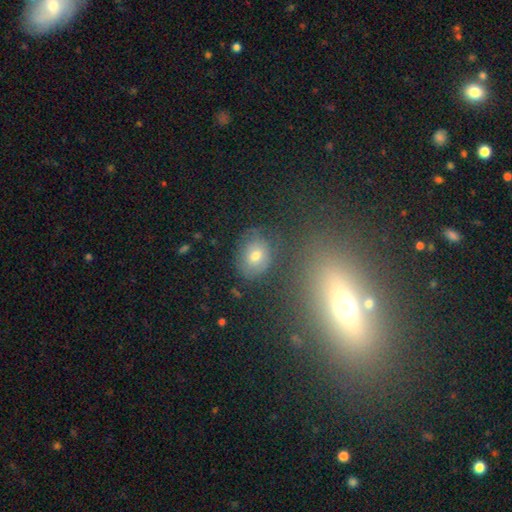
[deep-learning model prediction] This appears to be a smooth galaxy with no disk features (62%) that is round (52%). Merging: none (75%).